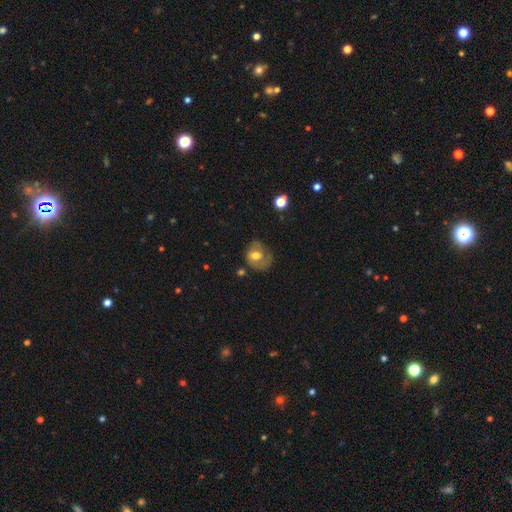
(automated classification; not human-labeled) Morphology: type=smooth (51%); roundness=round (56%); merging=none (47%).